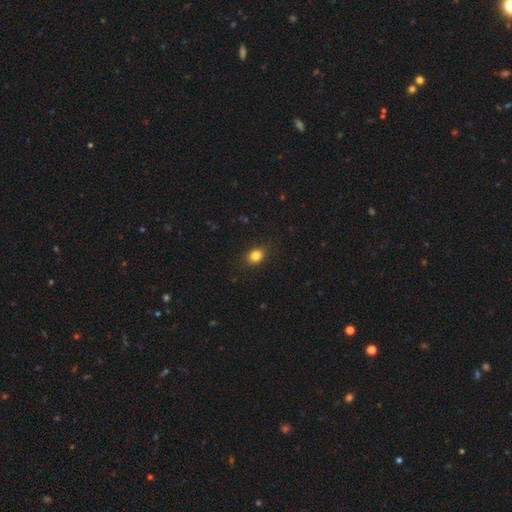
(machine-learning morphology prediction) Smooth or featured?
  - smooth: 84% *
  - star or artifact: 11%
  - featured or disk: 6%
How rounded?
  - in between: 54% *
  - round: 45%
  - cigar-shaped: 1%
Merging?
  - none: 88% *
  - minor disturbance: 9%
  - major disturbance: 2%
  - merger: 1%